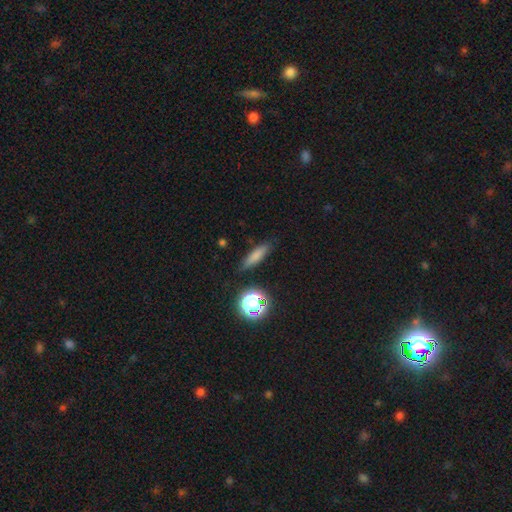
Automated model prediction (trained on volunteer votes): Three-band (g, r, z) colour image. It shows a smooth galaxy with no disk features (74%) that is cigar-shaped (63%). Merging: none (82%).